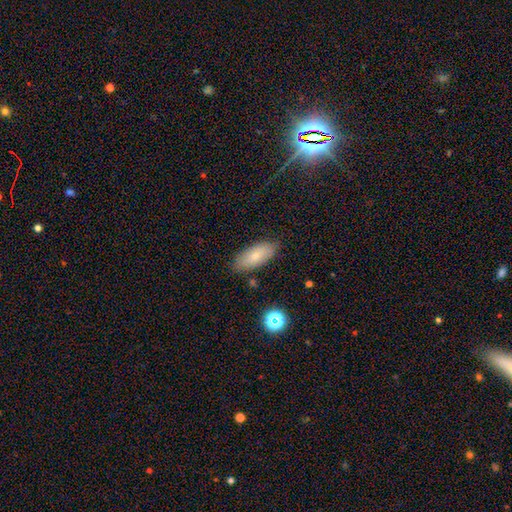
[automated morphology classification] This appears to be a smooth galaxy with no disk features (73%) that is in between round and cigar-shaped (82%). Merging: none (83%).